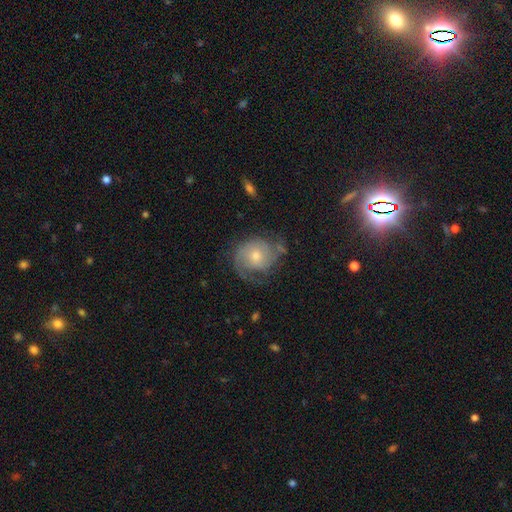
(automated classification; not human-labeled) A featured or disk galaxy (76%) with no bar (74%), 2 (55%) tight (49%) spiral arms (93%) and a moderate central bulge (53%). Merging: none (66%).